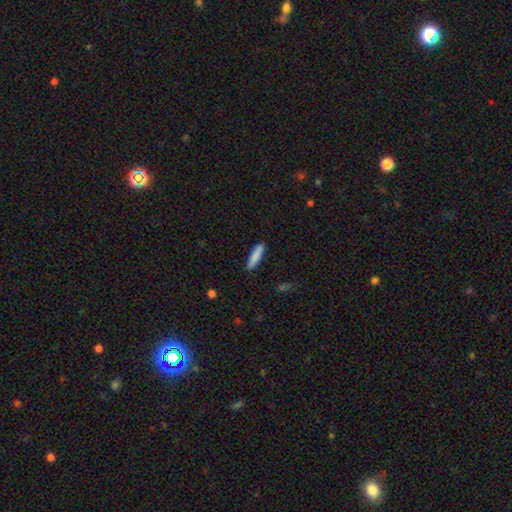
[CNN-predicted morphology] smooth 85%, featured or disk 9%, star or artifact 6%. Down the decision tree: how rounded — cigar-shaped (83%); merging — none (89%).